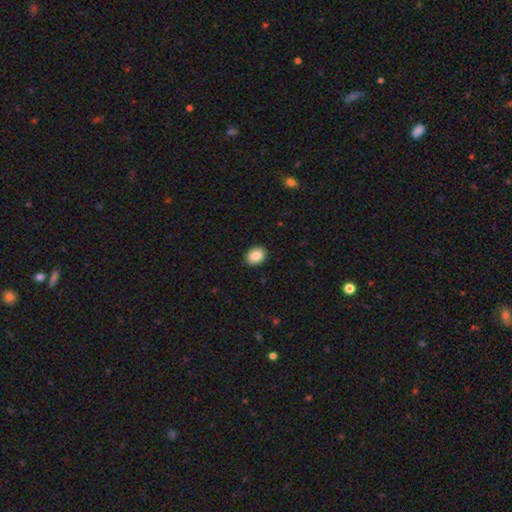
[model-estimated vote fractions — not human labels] smooth 86%, star or artifact 8%, featured or disk 6%. Down the decision tree: how rounded — in between (60%); merging — none (91%).